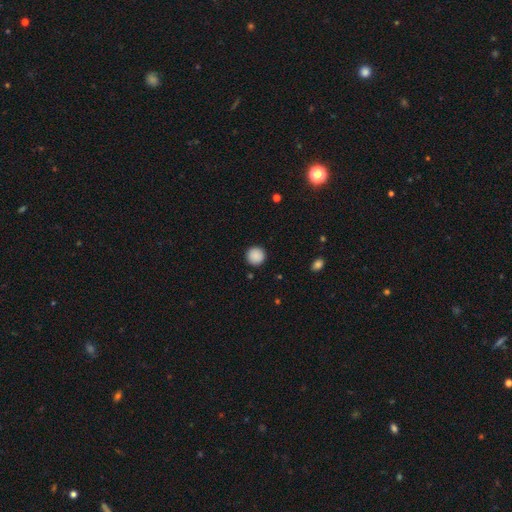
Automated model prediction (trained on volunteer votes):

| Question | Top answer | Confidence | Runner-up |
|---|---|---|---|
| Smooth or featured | smooth | 89% | star or artifact (9%) |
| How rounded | round | 95% | in between (4%) |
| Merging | none | 92% | minor disturbance (5%) |